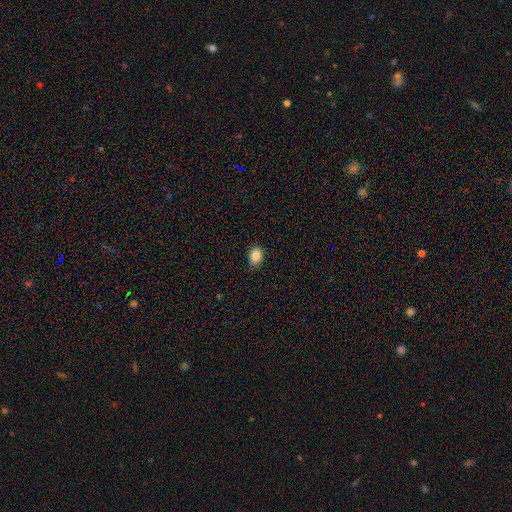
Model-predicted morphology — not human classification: This is clearly a smooth galaxy (87%). How rounded: likely in between (65%). Merging: likely none (75%).